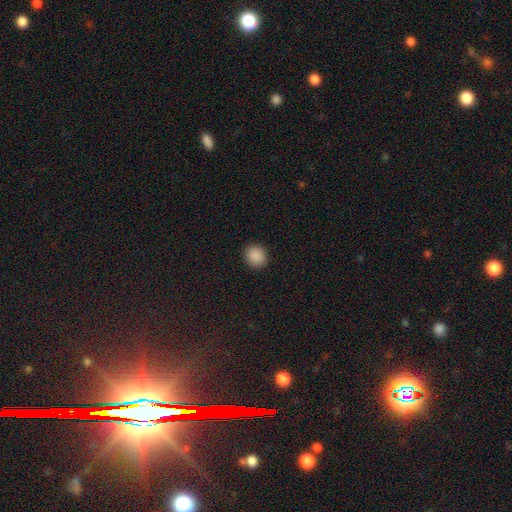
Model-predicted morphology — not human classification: Q: Smooth or featured?
A: smooth (89%); runner-up: star or artifact (9%)
Q: How rounded?
A: round (76%); runner-up: in between (23%)
Q: Merging?
A: none (91%); runner-up: minor disturbance (6%)